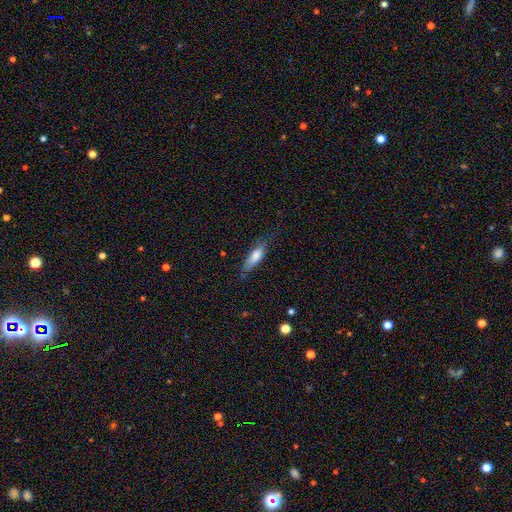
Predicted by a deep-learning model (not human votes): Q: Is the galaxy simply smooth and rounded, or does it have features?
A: smooth — 73%.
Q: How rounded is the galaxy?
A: cigar-shaped — 51%.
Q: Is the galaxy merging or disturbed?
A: none — 59%.